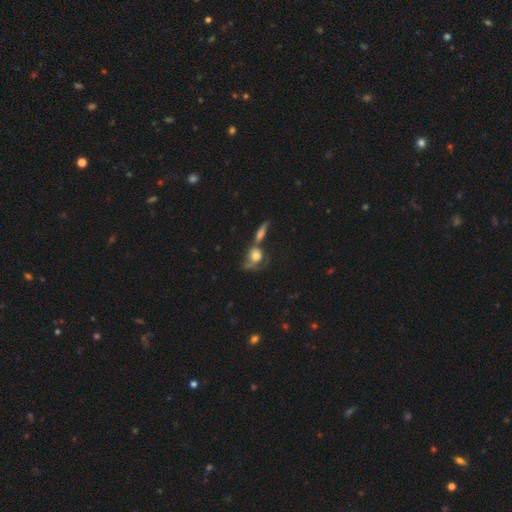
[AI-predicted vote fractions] smooth_or_featured: smooth (p=0.64) [alt: featured or disk p=0.26]
how_rounded: round (p=0.58) [alt: in between p=0.37]
merging: merger (p=0.43) [alt: none p=0.26]